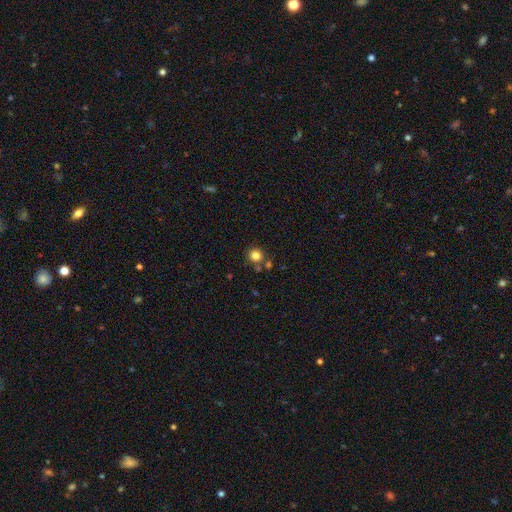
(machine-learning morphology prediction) A smooth galaxy with no disk features (82%) that is round (91%).

Vote fractions:
- Smooth or featured? smooth: 82% / star or artifact: 12% / featured or disk: 6%
- How rounded? round: 91% / in between: 8% / cigar-shaped: 1%
- Merging? none: 75% / merger: 13% / minor disturbance: 9% / major disturbance: 3%